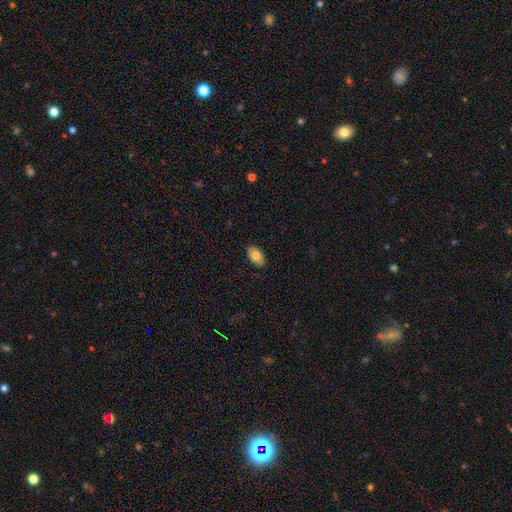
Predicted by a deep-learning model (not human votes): A smooth galaxy with no disk features (79%) that is in between round and cigar-shaped (93%).

Vote fractions:
- Smooth or featured? smooth: 79% / featured or disk: 14% / star or artifact: 7%
- How rounded? in between: 93% / round: 5% / cigar-shaped: 2%
- Merging? none: 86% / minor disturbance: 11% / major disturbance: 2% / merger: 1%